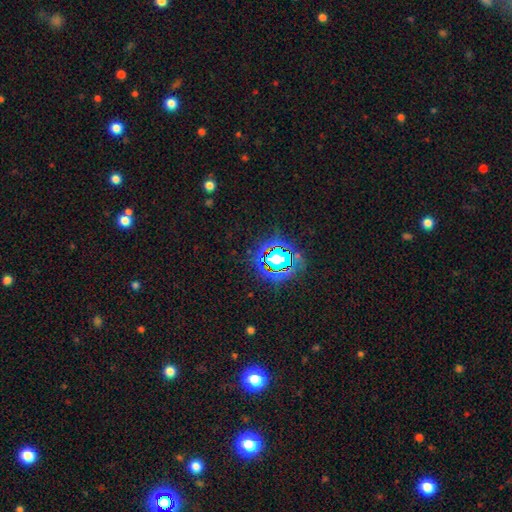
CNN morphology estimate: Smooth or featured? star or artifact (81%)